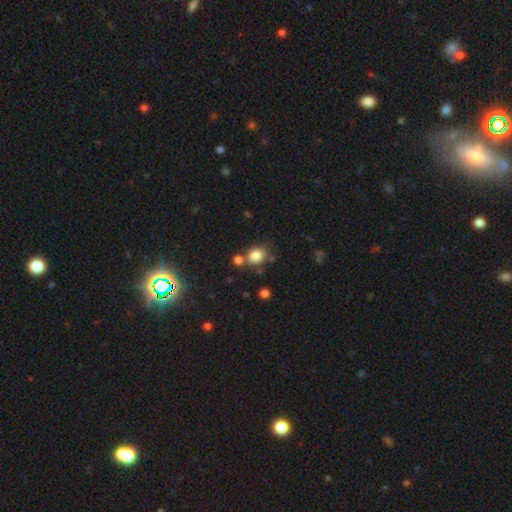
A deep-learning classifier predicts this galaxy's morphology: Smooth or featured? Predicted: smooth (p=0.82). How rounded? Predicted: round (p=0.64). Merging? Predicted: none (p=0.66).